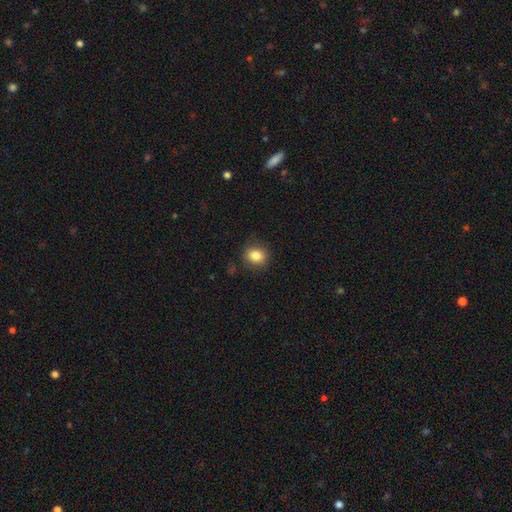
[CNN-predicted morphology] This appears to be a smooth galaxy with no disk features (83%) that is round (70%). Merging: none (86%).